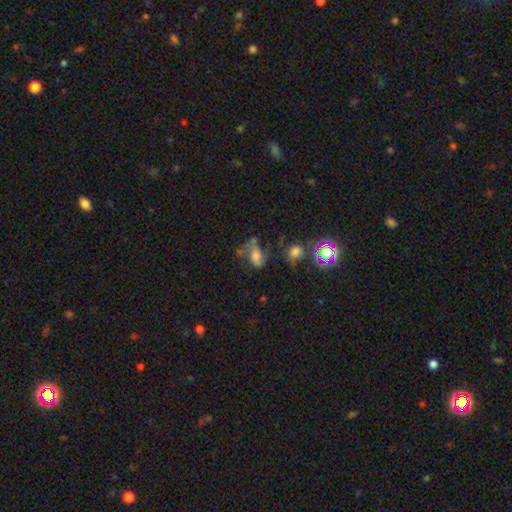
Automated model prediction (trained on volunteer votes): smooth_or_featured: smooth (p=0.41) [alt: featured or disk p=0.36]
merging: none (p=0.37) [alt: major disturbance p=0.28]